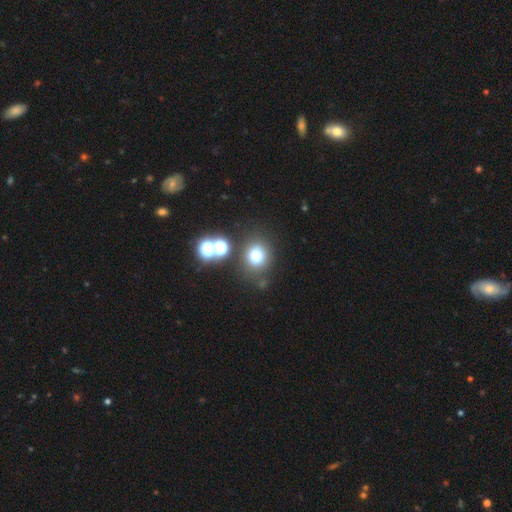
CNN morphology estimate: Smooth or featured?
  - smooth: 74% *
  - star or artifact: 18%
  - featured or disk: 9%
How rounded?
  - round: 77% *
  - in between: 22%
  - cigar-shaped: 1%
Merging?
  - none: 73% *
  - minor disturbance: 11%
  - merger: 10%
  - major disturbance: 5%